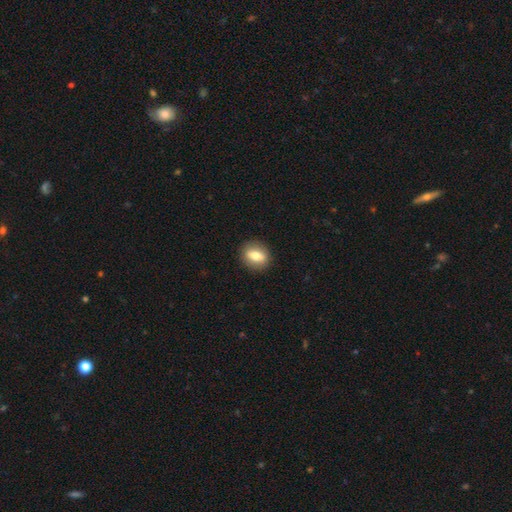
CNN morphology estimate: Smooth or featured?
  - smooth: 72% *
  - featured or disk: 20%
  - star or artifact: 8%
How rounded?
  - in between: 55% *
  - round: 42%
  - cigar-shaped: 3%
Merging?
  - none: 89% *
  - minor disturbance: 8%
  - major disturbance: 2%
  - merger: 1%